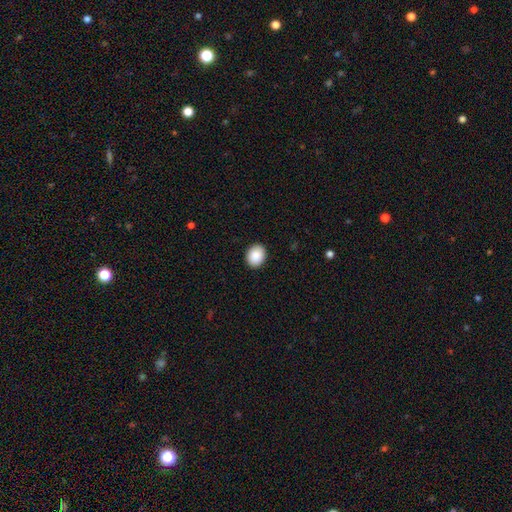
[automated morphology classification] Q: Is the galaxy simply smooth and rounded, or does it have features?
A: smooth — 90%.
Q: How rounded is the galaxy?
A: in between — 53%.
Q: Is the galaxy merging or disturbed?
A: none — 91%.